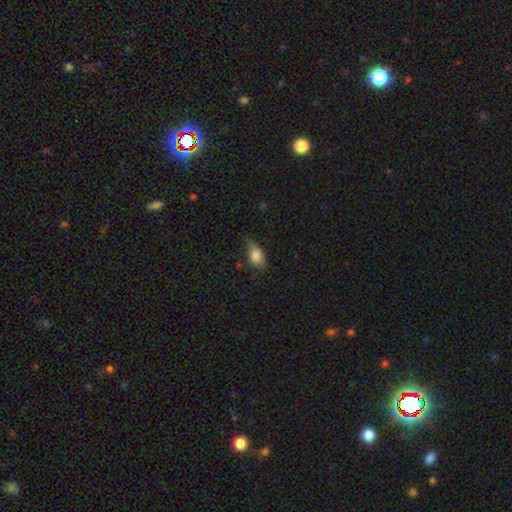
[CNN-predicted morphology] Q: Smooth or featured?
A: smooth (78%); runner-up: featured or disk (14%)
Q: How rounded?
A: in between (85%); runner-up: round (10%)
Q: Merging?
A: none (49%); runner-up: minor disturbance (38%)